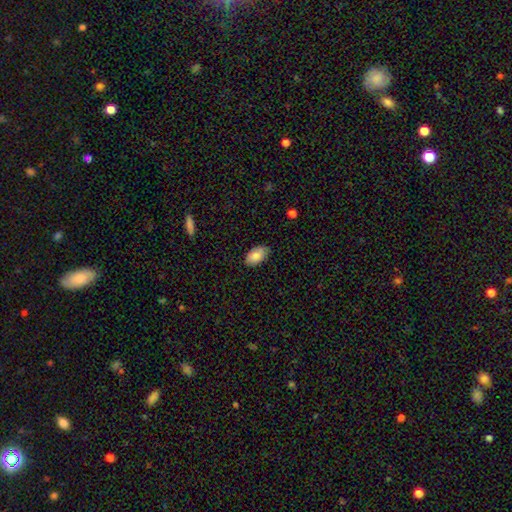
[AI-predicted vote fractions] This appears to be a smooth galaxy with no disk features (84%) that is in between round and cigar-shaped (95%). Merging: none (81%).